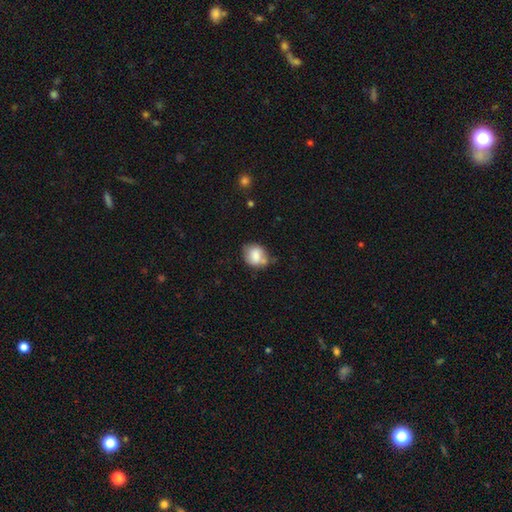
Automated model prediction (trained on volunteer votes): A smooth galaxy with no disk features (78%) that is round (61%). Merging: none (47%).